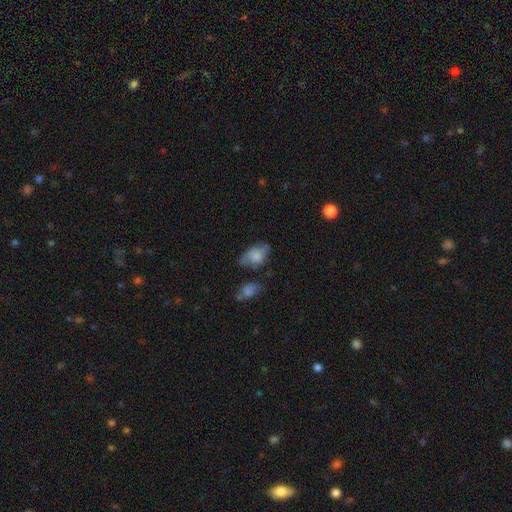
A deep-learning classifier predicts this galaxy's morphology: smooth-or-featured: smooth: 66% | featured or disk: 26% | star or artifact: 9%
  how-rounded: in between: 86% | round: 11% | cigar-shaped: 3%
  merging: none: 45% | minor disturbance: 32% | major disturbance: 16% | merger: 8%